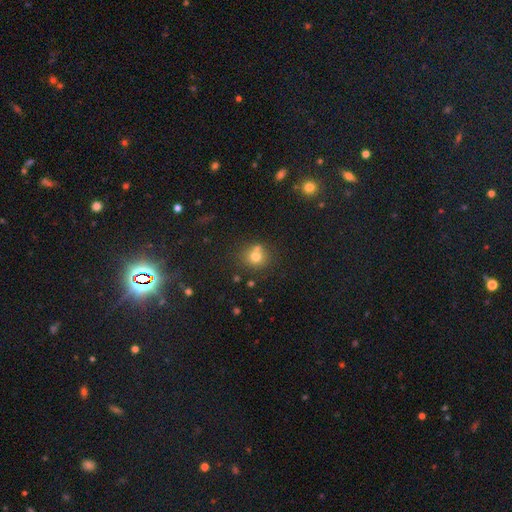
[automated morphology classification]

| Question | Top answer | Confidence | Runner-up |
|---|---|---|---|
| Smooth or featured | smooth | 72% | star or artifact (15%) |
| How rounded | round | 86% | in between (13%) |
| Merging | none | 59% | merger (27%) |